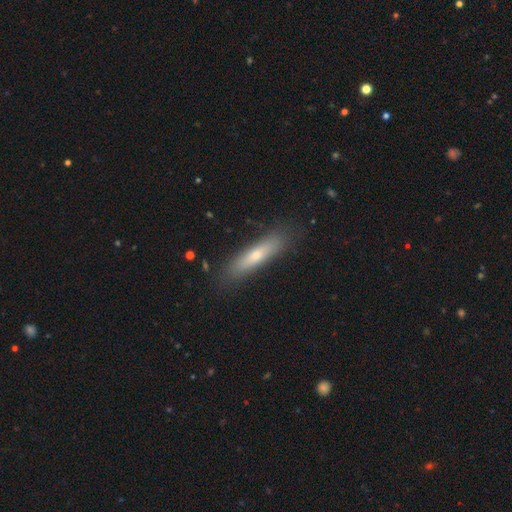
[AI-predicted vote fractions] smooth 60%, featured or disk 32%, star or artifact 7%. Down the decision tree: how rounded — cigar-shaped (83%); merging — none (85%).